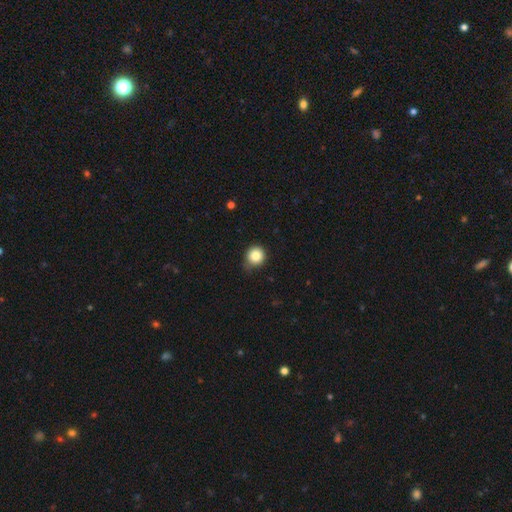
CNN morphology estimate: A smooth galaxy with no disk features (84%) that is round (91%).

Vote fractions:
- Smooth or featured? smooth: 84% / star or artifact: 11% / featured or disk: 6%
- How rounded? round: 91% / in between: 8% / cigar-shaped: 1%
- Merging? none: 70% / minor disturbance: 24% / major disturbance: 4% / merger: 2%